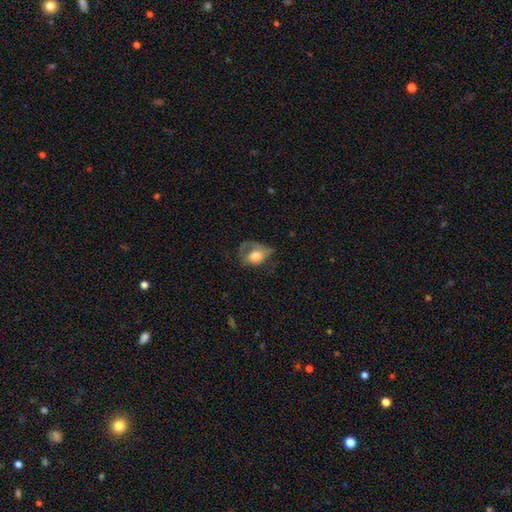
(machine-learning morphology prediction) A smooth galaxy with no disk features (61%) that is in between round and cigar-shaped (63%).

Vote fractions:
- Smooth or featured? smooth: 61% / featured or disk: 31% / star or artifact: 8%
- How rounded? in between: 63% / round: 35% / cigar-shaped: 1%
- Merging? major disturbance: 45% / minor disturbance: 27% / none: 26% / merger: 2%